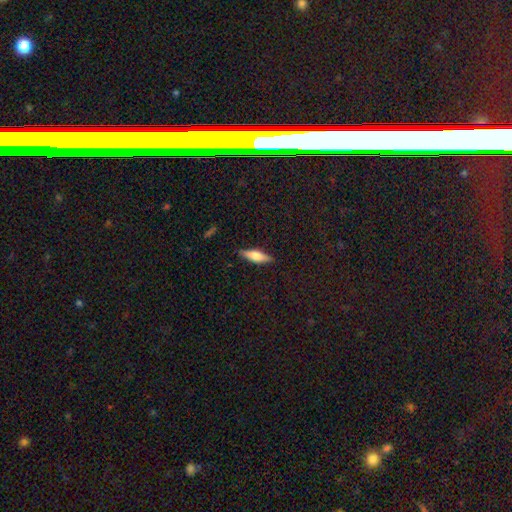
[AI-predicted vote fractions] This is possibly a smooth galaxy (51%). How rounded: likely cigar-shaped (64%). Merging: clearly none (88%).